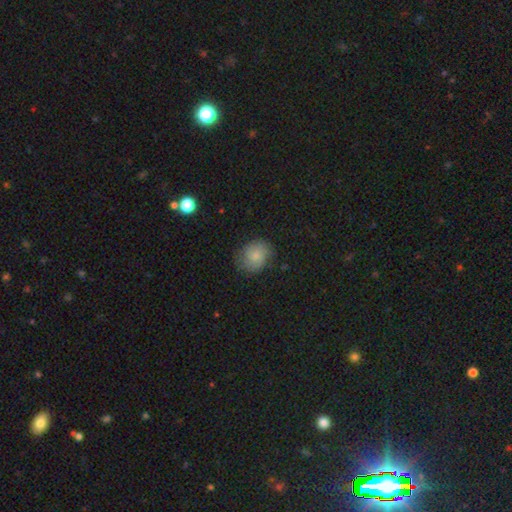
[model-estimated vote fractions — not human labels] The model was most divided on "how rounded": round: 64%, in between: 35%, cigar-shaped: 1%. More confident: smooth or featured — smooth (73%); merging — none (70%).